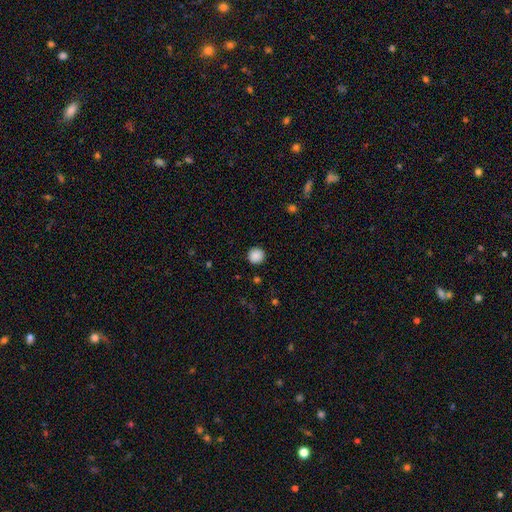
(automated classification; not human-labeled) smooth_or_featured: smooth (p=0.88) [alt: star or artifact p=0.09]
how_rounded: round (p=0.95) [alt: in between p=0.04]
merging: none (p=0.92) [alt: minor disturbance p=0.05]